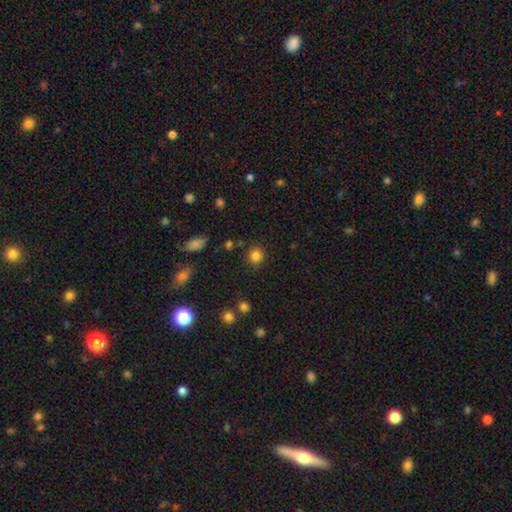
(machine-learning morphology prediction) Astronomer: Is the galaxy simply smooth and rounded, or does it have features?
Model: smooth — 84%.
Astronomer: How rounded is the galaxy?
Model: round — 85%.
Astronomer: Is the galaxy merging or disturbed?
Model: none — 86%.